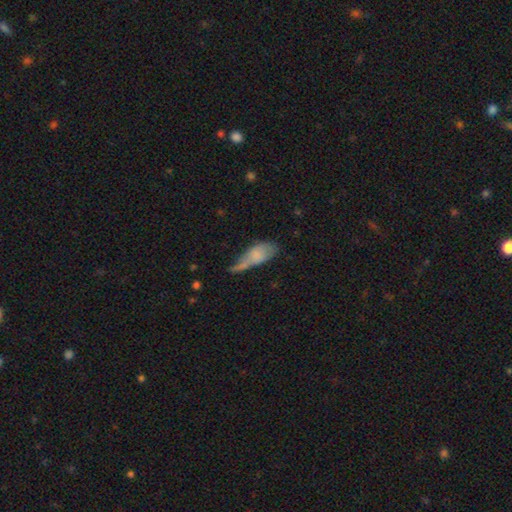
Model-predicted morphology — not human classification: Smooth or featured?
  - smooth: 67% *
  - featured or disk: 24%
  - star or artifact: 9%
How rounded?
  - in between: 80% *
  - cigar-shaped: 17%
  - round: 3%
Merging?
  - minor disturbance: 33% *
  - major disturbance: 28%
  - none: 25%
  - merger: 13%